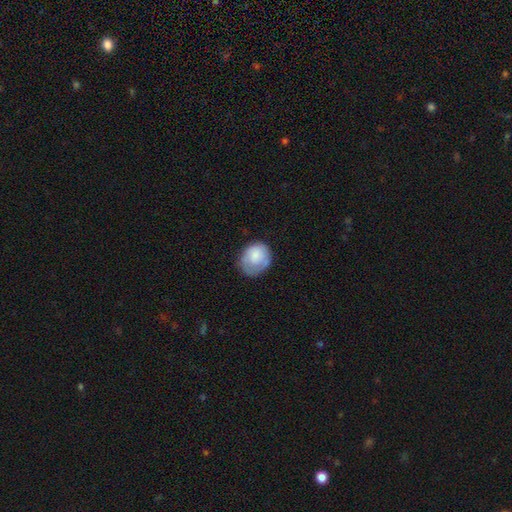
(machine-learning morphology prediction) Smooth or featured: smooth — 75% (featured or disk — 18%)
How rounded: round — 63% (in between — 36%)
Merging: none — 56% (minor disturbance — 29%)